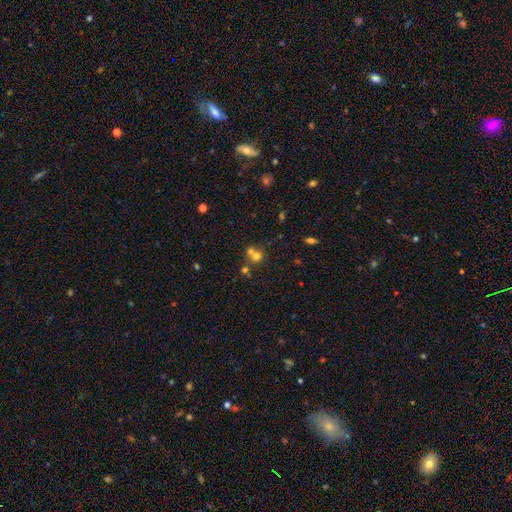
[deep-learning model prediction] smooth-or-featured: smooth: 63% | star or artifact: 19% | featured or disk: 18%
  how-rounded: round: 83% | in between: 16% | cigar-shaped: 1%
  merging: merger: 51% | none: 40% | minor disturbance: 6% | major disturbance: 3%